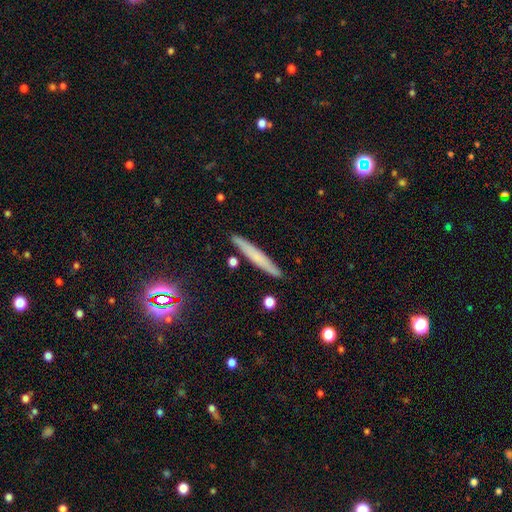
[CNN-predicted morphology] smooth_or_featured: smooth (p=0.61) [alt: featured or disk p=0.28]
how_rounded: cigar-shaped (p=0.95) [alt: in between p=0.04]
merging: none (p=0.89) [alt: minor disturbance p=0.07]